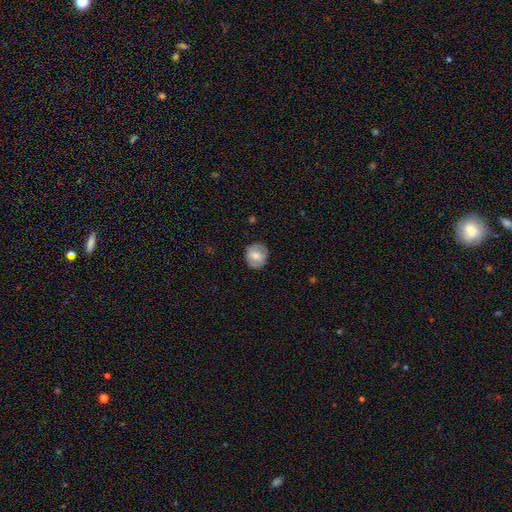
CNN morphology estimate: A smooth galaxy with no disk features (62%) that is round (76%). Merging: none (83%).